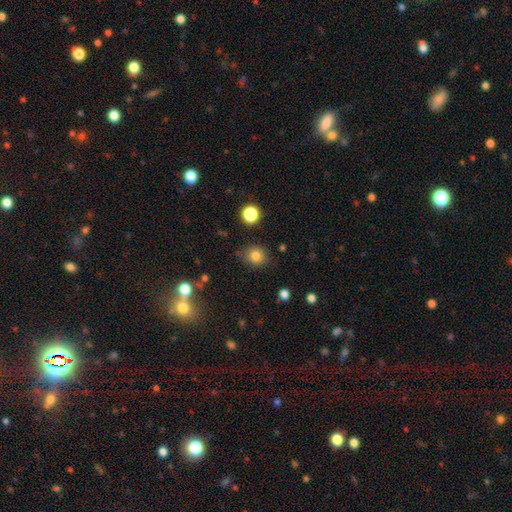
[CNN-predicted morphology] Overall: smooth (81%). How rounded: round (77%). Merging: none (78%).